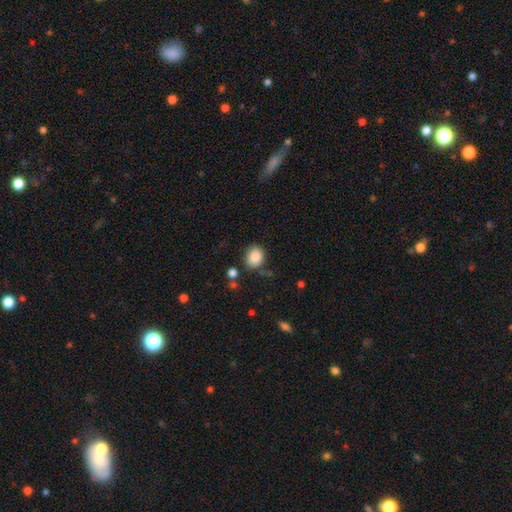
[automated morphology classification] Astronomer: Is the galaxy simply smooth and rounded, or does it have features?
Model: smooth — 86%.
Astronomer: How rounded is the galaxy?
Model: round — 59% (runner-up: in between, 40%).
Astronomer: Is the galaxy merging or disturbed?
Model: none — 78%.